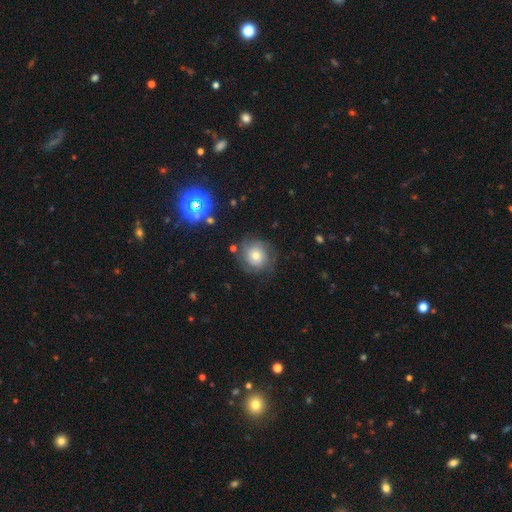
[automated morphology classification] smooth-or-featured: smooth: 45% | featured or disk: 43% | star or artifact: 12%
  merging: none: 72% | minor disturbance: 17% | major disturbance: 10% | merger: 2%